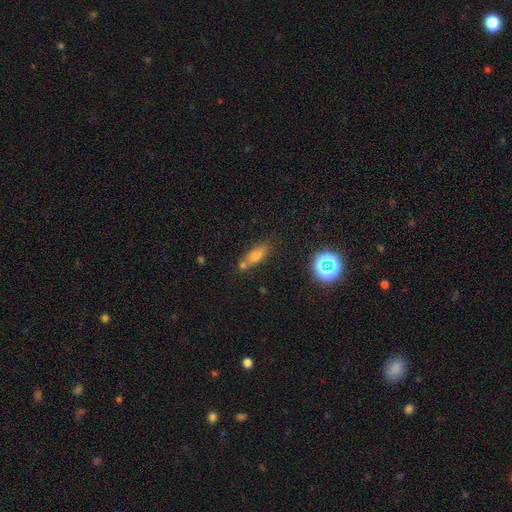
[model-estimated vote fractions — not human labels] Overall: smooth (67%). How rounded: in between (65%; cigar-shaped 26%). Merging: none (60%; merger 20%).